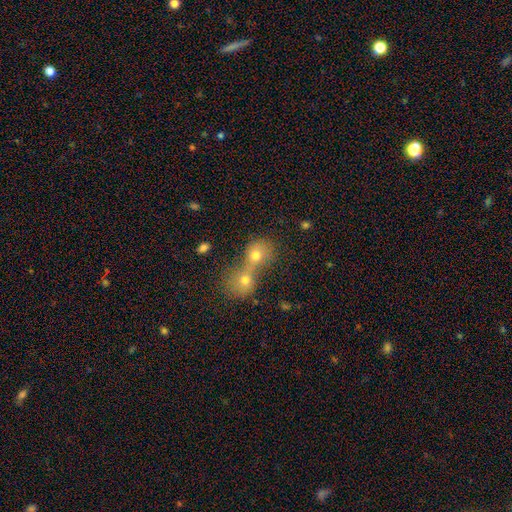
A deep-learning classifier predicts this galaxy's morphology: The model was most divided on "how rounded": round: 73%, in between: 26%, cigar-shaped: 1%. More confident: merging — merger (76%); smooth or featured — smooth (70%).